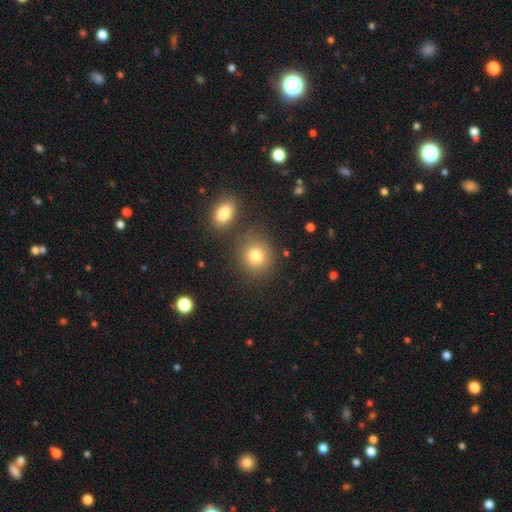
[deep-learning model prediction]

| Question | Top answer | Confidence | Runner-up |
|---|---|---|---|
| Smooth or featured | smooth | 80% | star or artifact (12%) |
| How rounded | round | 80% | in between (19%) |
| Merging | none | 77% | merger (10%) |